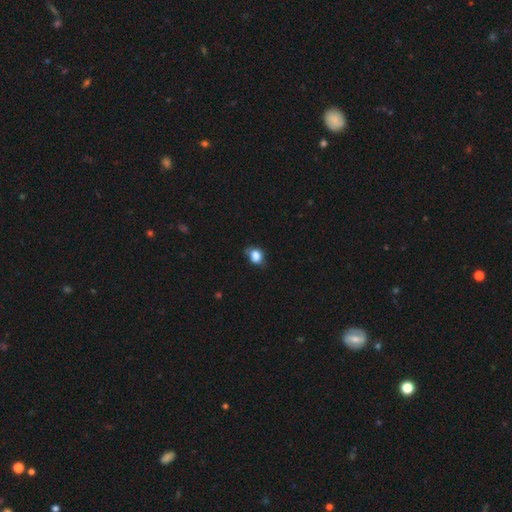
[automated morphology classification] This is clearly a smooth galaxy (82%). How rounded: possibly in between (51%). Merging: possibly none (54%).